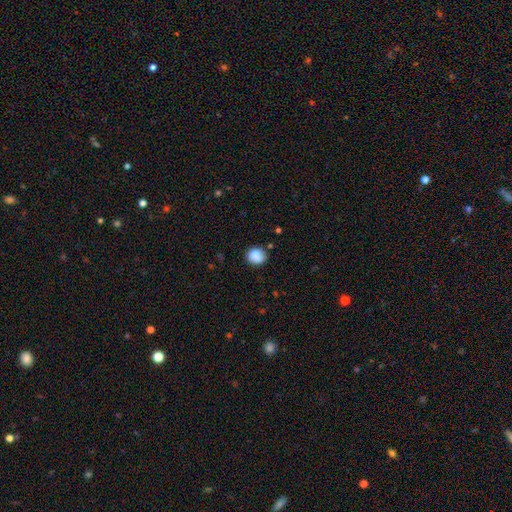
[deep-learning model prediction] The model was most divided on "how rounded": round: 76%, in between: 23%, cigar-shaped: 1%. More confident: smooth or featured — smooth (85%); merging — none (76%).